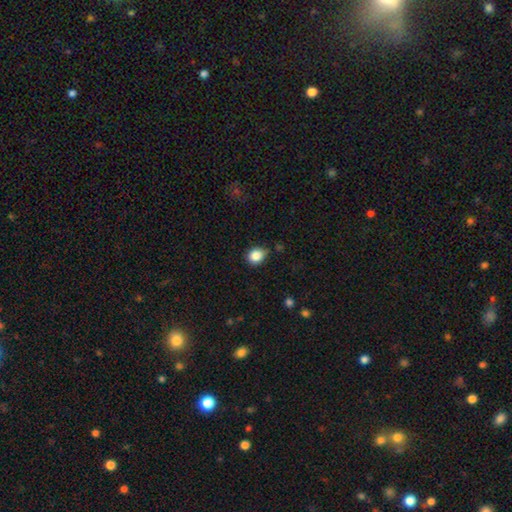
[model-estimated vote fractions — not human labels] Smooth or featured?
  - smooth: 85% *
  - star or artifact: 10%
  - featured or disk: 5%
How rounded?
  - round: 65% *
  - in between: 34%
  - cigar-shaped: 1%
Merging?
  - none: 74% *
  - minor disturbance: 20%
  - major disturbance: 3%
  - merger: 3%